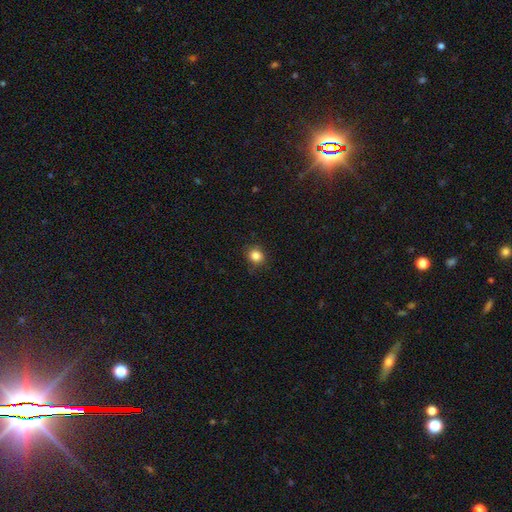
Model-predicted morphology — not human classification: This is clearly a smooth galaxy (84%). How rounded: clearly round (83%). Merging: clearly none (86%).